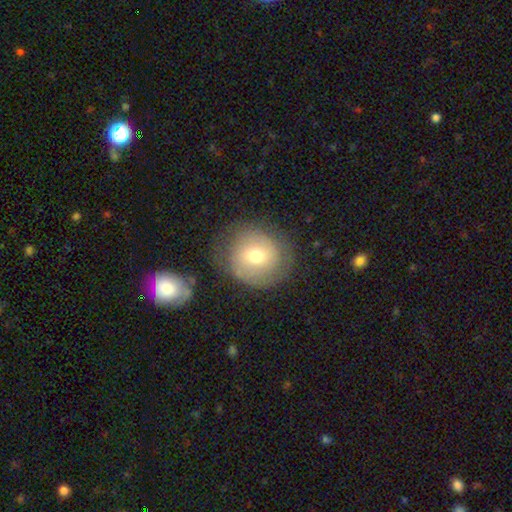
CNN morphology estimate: smooth 53%, featured or disk 38%, star or artifact 8%. Down the decision tree: how rounded — round (82%); merging — none (72%).